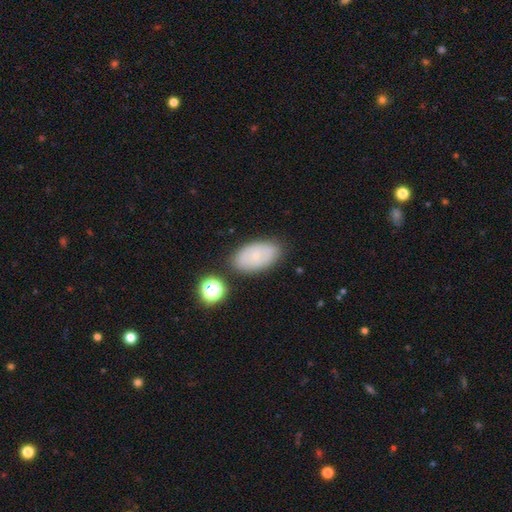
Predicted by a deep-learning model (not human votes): Q: Smooth or featured?
A: smooth (65%); runner-up: featured or disk (25%)
Q: How rounded?
A: in between (93%); runner-up: round (6%)
Q: Merging?
A: none (79%); runner-up: minor disturbance (14%)